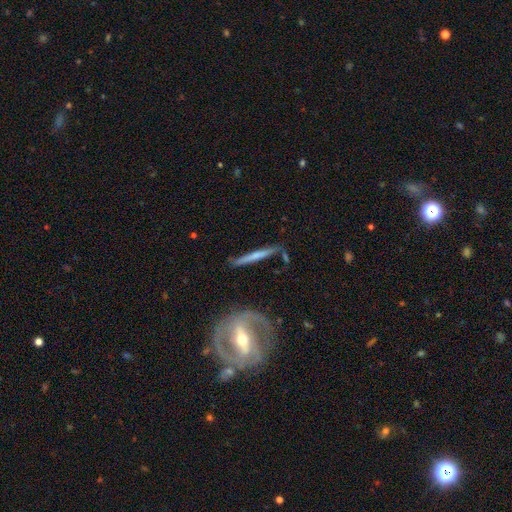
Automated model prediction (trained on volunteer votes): Smooth or featured? Predicted: featured or disk (p=0.52). Edge-on disk? Predicted: yes (p=0.89). Merging? Predicted: none (p=0.79).